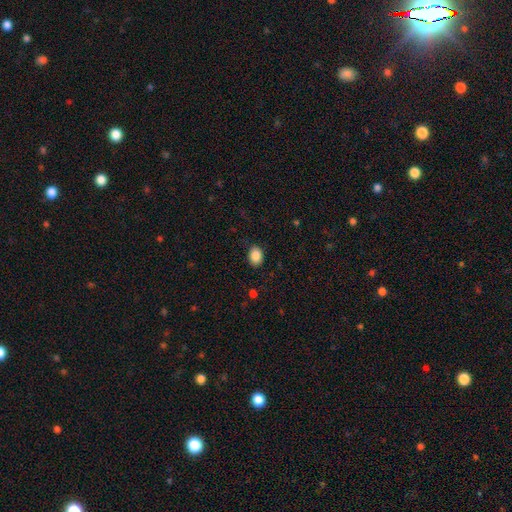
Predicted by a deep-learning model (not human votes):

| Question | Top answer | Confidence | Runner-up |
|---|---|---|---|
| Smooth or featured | smooth | 88% | star or artifact (8%) |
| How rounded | in between | 68% | round (31%) |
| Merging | none | 84% | minor disturbance (12%) |